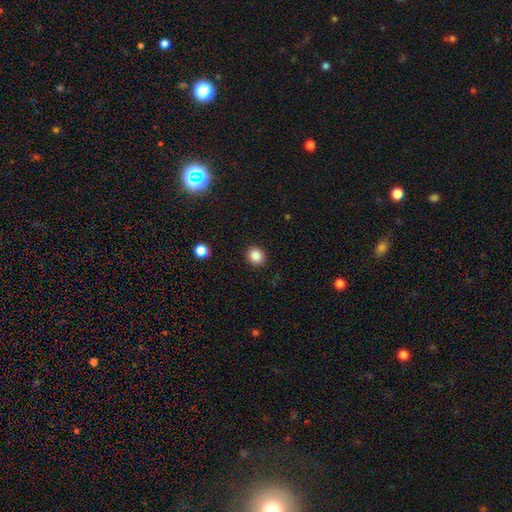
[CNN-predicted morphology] Overall: smooth (86%). How rounded: round (76%). Merging: none (91%).